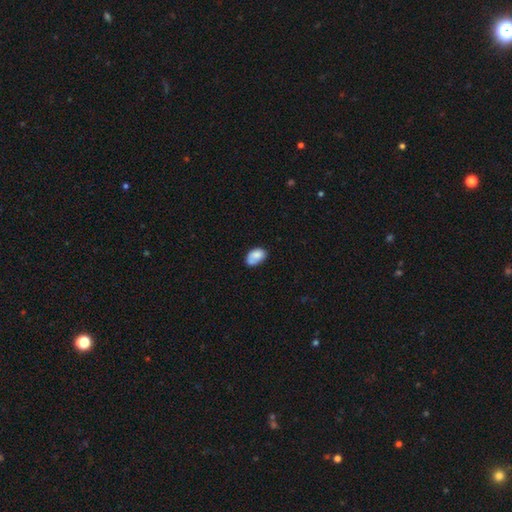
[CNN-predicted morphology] A smooth galaxy with no disk features (79%) that is in between round and cigar-shaped (88%).

Vote fractions:
- Smooth or featured? smooth: 79% / featured or disk: 14% / star or artifact: 7%
- How rounded? in between: 88% / round: 11% / cigar-shaped: 1%
- Merging? none: 55% / minor disturbance: 28% / major disturbance: 9% / merger: 8%